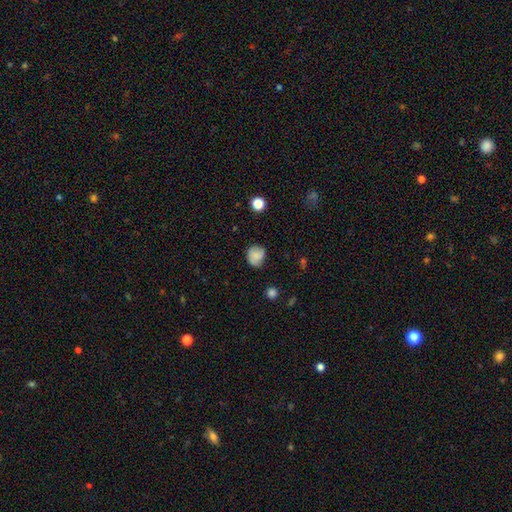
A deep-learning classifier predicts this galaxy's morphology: smooth 81%, featured or disk 10%, star or artifact 10%. Down the decision tree: how rounded — round (75%); merging — none (68%).